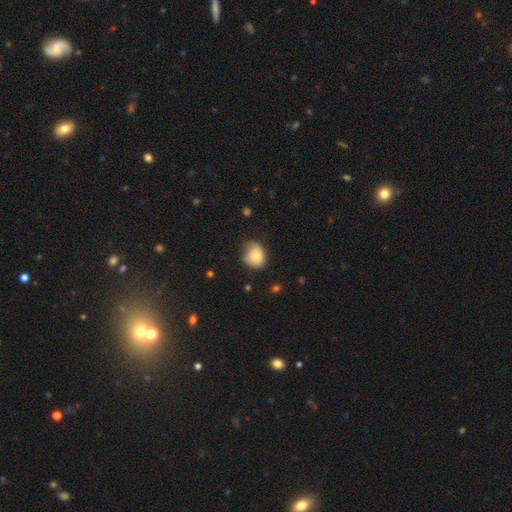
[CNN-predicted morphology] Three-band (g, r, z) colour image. It shows a smooth galaxy with no disk features (77%) that is round (60%). Merging: none (55%).